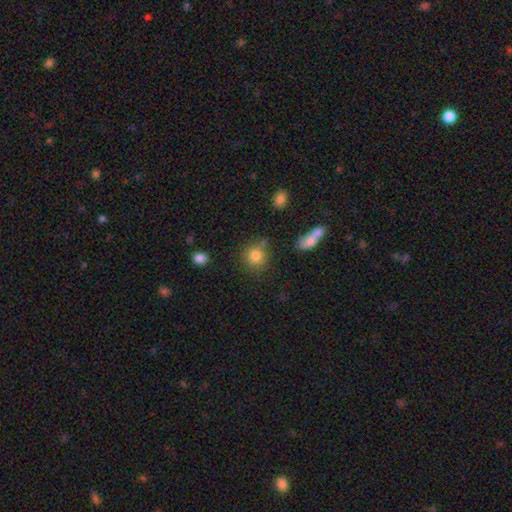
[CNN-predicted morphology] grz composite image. It shows a smooth galaxy with no disk features (81%) that is round (86%). Merging: none (72%).